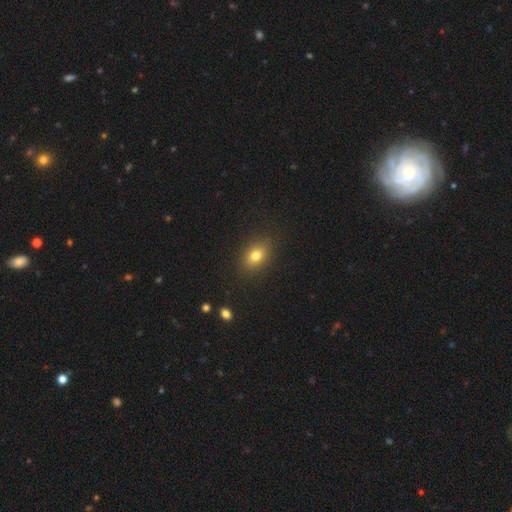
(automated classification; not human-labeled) Morphology: type=smooth (77%); roundness=in between (72%); merging=none (87%).